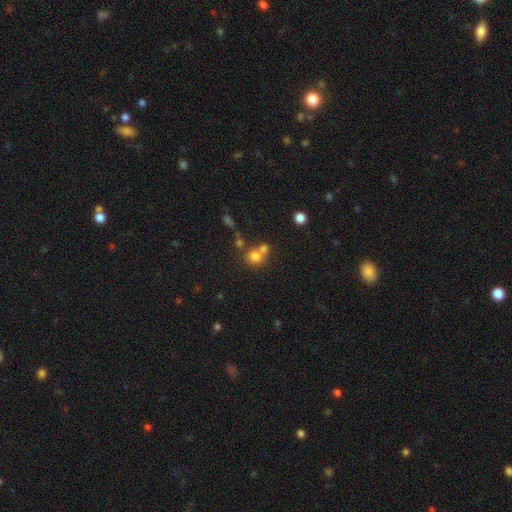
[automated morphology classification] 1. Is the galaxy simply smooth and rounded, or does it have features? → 74% smooth, 14% star or artifact, 11% featured or disk.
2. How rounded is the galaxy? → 81% round, 18% in between, 1% cigar-shaped.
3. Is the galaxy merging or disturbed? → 46% merger, 43% none, 7% minor disturbance, 4% major disturbance.